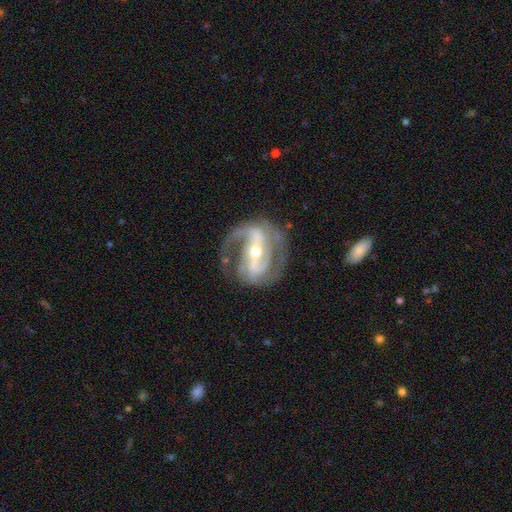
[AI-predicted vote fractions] A featured or disk galaxy (90%) with a strong bar (68%), 2 (85%) medium (50%) spiral arms (95%) and a small central bulge (51%). Merging: none (70%).